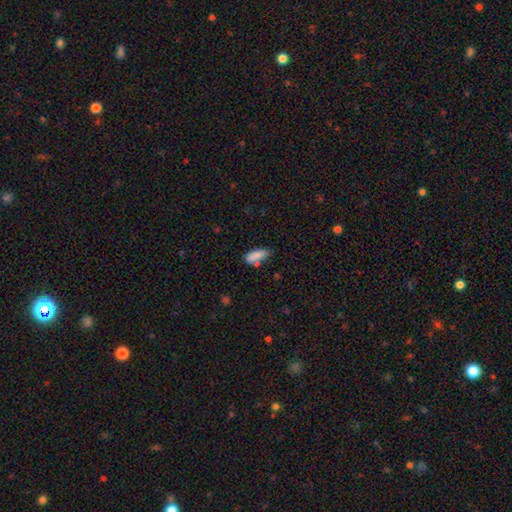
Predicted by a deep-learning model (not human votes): A smooth galaxy with no disk features (85%) that is in between round and cigar-shaped (65%).

Vote fractions:
- Smooth or featured? smooth: 85% / star or artifact: 8% / featured or disk: 7%
- How rounded? in between: 65% / cigar-shaped: 33% / round: 2%
- Merging? none: 62% / minor disturbance: 22% / merger: 11% / major disturbance: 5%